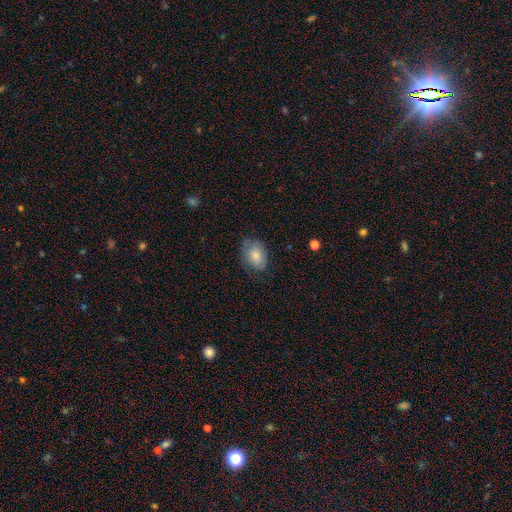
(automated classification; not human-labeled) Morphology: type=smooth (74%); roundness=in between (74%); merging=none (66%).